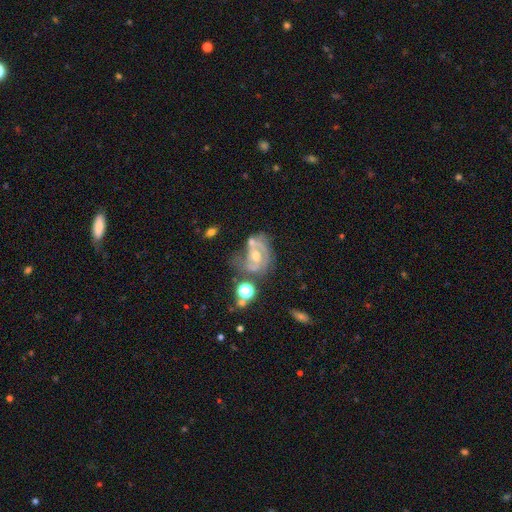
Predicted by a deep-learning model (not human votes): A featured or disk galaxy (76%) with no bar (52%), 2 (56%) medium (43%) spiral arms (83%) and a moderate central bulge (60%).

Vote fractions:
- Smooth or featured? featured or disk: 76% / smooth: 13% / star or artifact: 10%
- Edge-on disk? no: 97% / yes: 3%
- Bar? no: 52% / weak: 34% / strong: 13%
- Spiral arms? yes: 83% / no: 17%
- Spiral winding? medium: 43% / tight: 38% / loose: 19%
- Spiral arm count? 2: 56% / can't tell: 20% / 1: 13% / 3: 7% / 4: 2% / more than 4: 2%
- Bulge size? moderate: 60% / small: 35% / large: 3% / none: 2% / dominant: 1%
- Merging? none: 39% / minor disturbance: 21% / major disturbance: 21% / merger: 19%